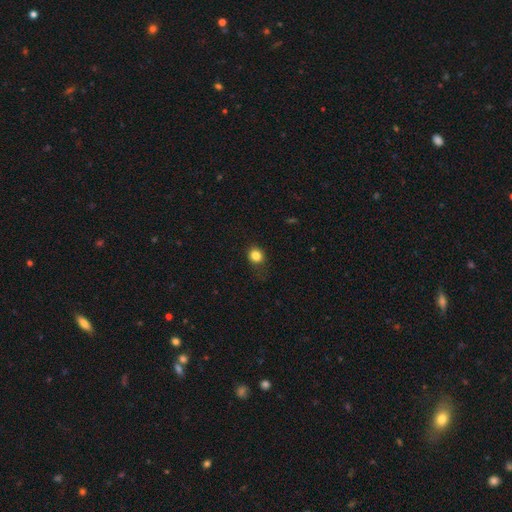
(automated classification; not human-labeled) A smooth galaxy with no disk features (82%) that is round (75%).

Vote fractions:
- Smooth or featured? smooth: 82% / star or artifact: 12% / featured or disk: 5%
- How rounded? round: 75% / in between: 24% / cigar-shaped: 1%
- Merging? none: 77% / minor disturbance: 17% / major disturbance: 5% / merger: 1%